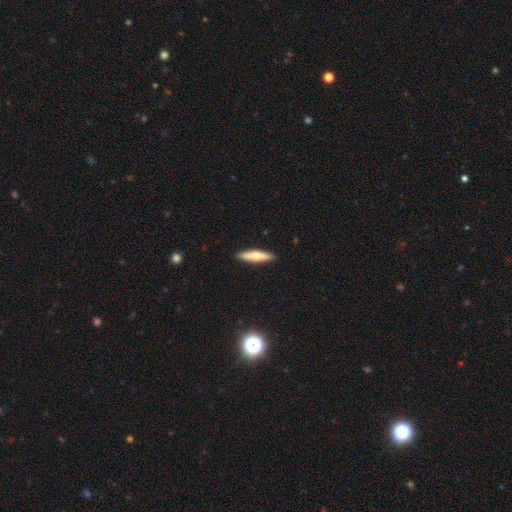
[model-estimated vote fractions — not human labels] This appears to be a smooth galaxy with no disk features (60%) that is cigar-shaped (83%). Merging: none (91%).